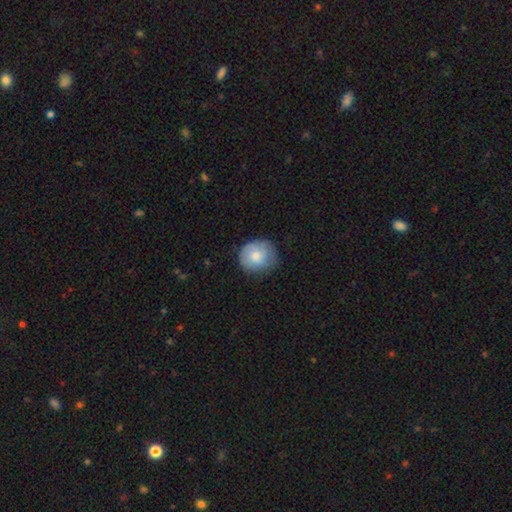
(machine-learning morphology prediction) The model was most divided on "merging": none: 65%, minor disturbance: 27%, major disturbance: 7%, merger: 1%. More confident: how rounded — round (82%); smooth or featured — smooth (74%).